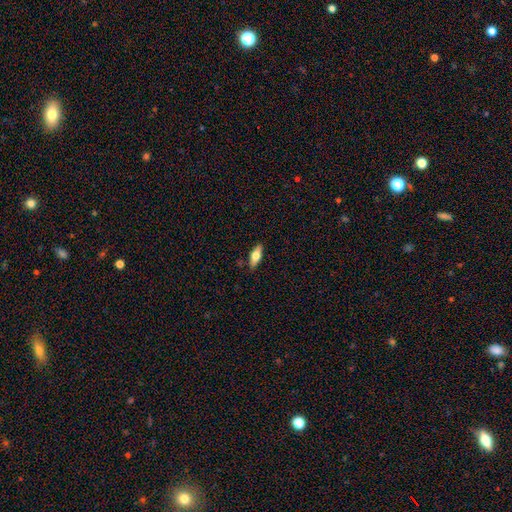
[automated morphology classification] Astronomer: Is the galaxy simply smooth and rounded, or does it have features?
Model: smooth — 56% (runner-up: featured or disk, 38%).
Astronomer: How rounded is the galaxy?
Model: in between — 64%.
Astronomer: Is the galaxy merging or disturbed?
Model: none — 85%.